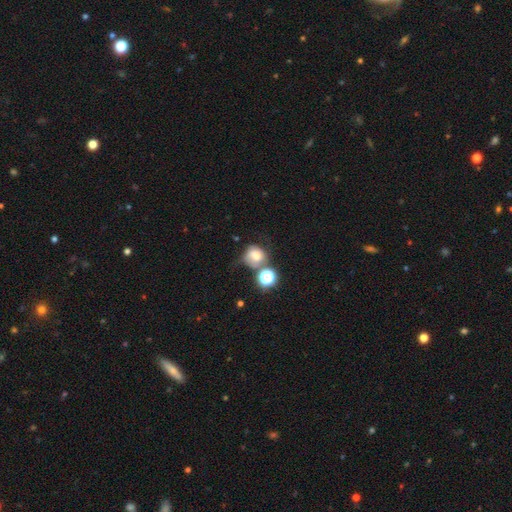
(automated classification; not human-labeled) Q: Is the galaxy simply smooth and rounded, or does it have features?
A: smooth — 63%.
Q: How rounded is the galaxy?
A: round — 74%.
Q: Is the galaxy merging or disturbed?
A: none — 42%.